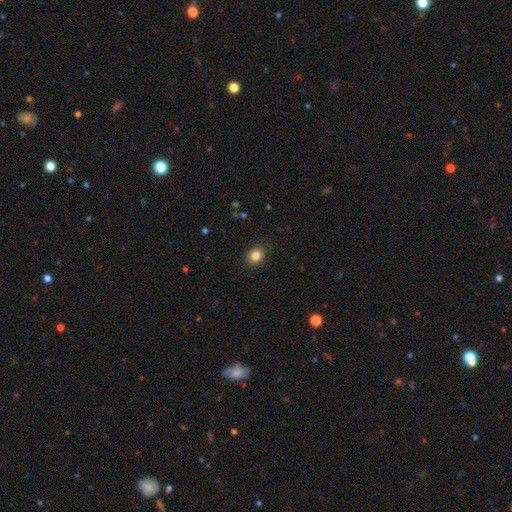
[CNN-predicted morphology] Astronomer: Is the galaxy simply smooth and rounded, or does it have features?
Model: smooth — 85%.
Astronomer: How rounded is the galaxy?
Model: in between — 52% (runner-up: round, 47%).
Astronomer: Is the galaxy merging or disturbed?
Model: none — 88%.